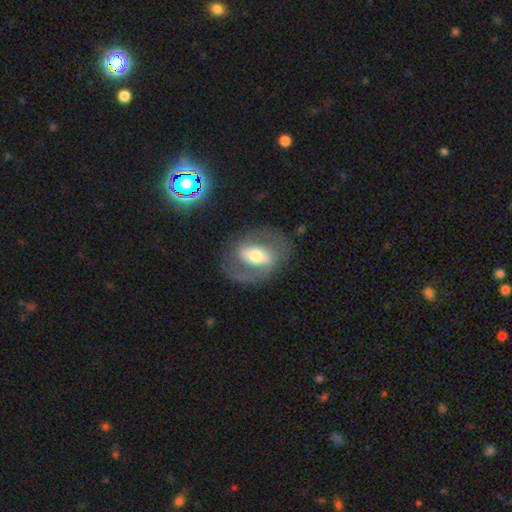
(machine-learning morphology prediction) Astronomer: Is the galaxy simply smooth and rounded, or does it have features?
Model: featured or disk — 72%.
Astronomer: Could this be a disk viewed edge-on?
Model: no — 93%.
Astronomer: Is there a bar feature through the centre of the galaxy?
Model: strong — 51% (runner-up: weak, 30%).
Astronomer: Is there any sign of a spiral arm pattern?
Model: yes — 66%.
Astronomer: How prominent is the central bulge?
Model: moderate — 61%.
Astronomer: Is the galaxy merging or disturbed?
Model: none — 74%.